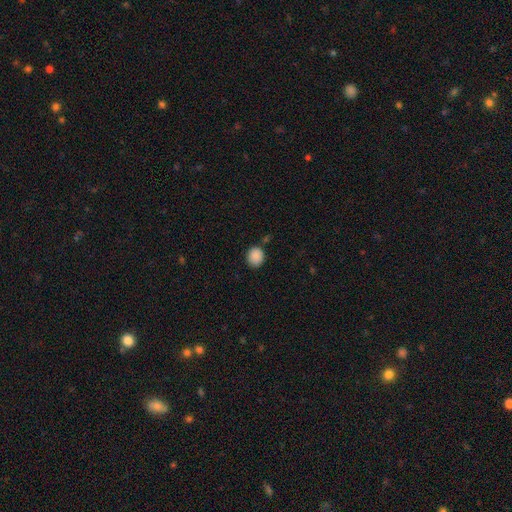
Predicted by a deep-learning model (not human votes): Overall: smooth (89%). How rounded: round (77%). Merging: none (80%).